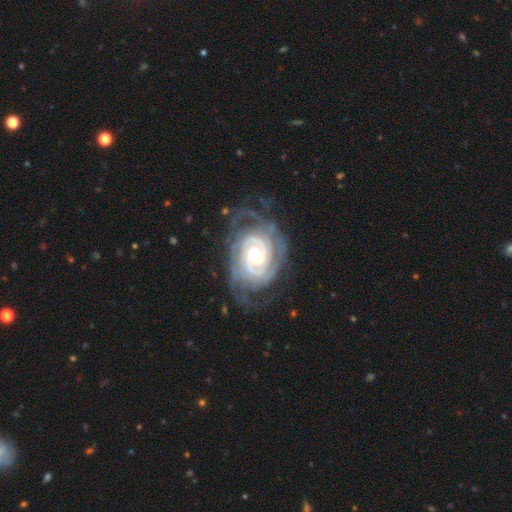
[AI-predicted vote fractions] This appears to be a featured or disk galaxy (91%) with no bar (42%), 2 (31%) tight (76%) spiral arms (97%) and a moderate central bulge (69%). Merging: none (69%).